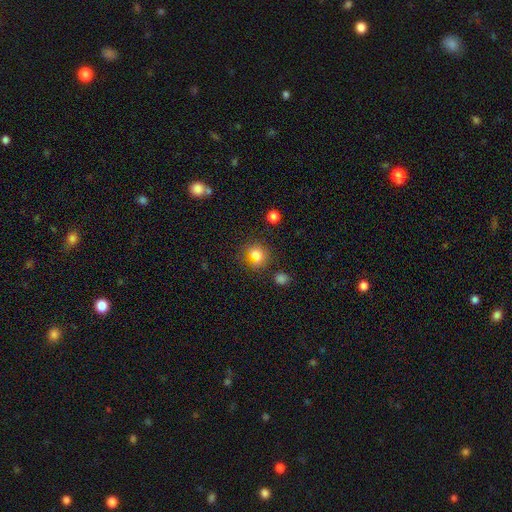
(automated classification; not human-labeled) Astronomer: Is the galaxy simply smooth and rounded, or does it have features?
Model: smooth — 76%.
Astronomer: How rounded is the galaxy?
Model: round — 77%.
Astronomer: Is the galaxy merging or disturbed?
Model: none — 66%.